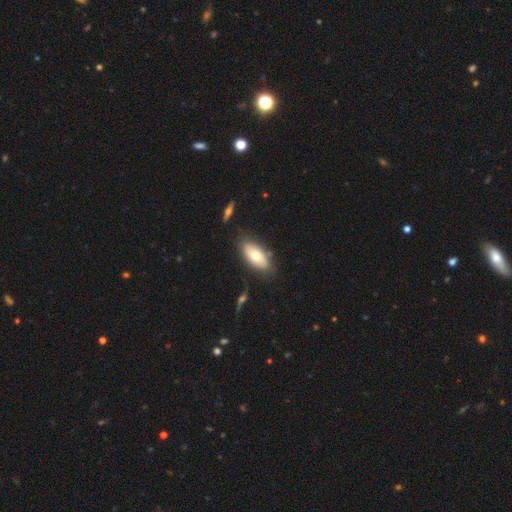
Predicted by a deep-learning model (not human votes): This appears to be a smooth galaxy with no disk features (68%) that is in between round and cigar-shaped (88%). Merging: none (78%).